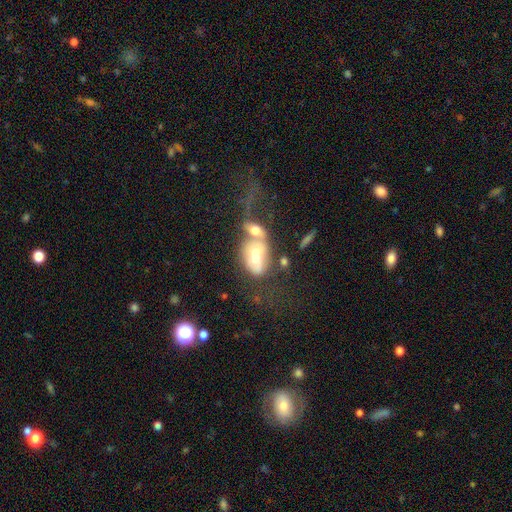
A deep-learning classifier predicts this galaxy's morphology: smooth-or-featured: smooth: 47% | featured or disk: 43% | star or artifact: 10%
  merging: merger: 68% | none: 13% | major disturbance: 11% | minor disturbance: 7%